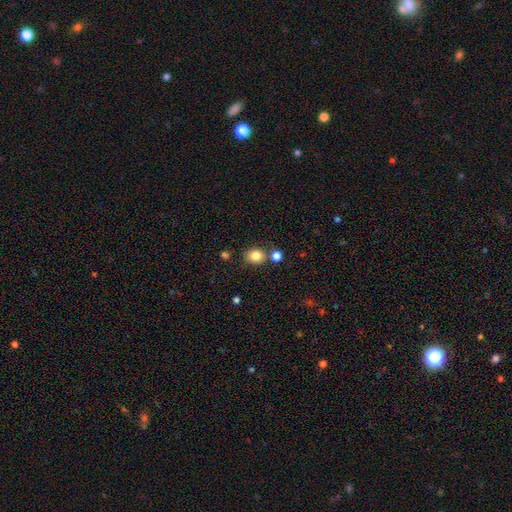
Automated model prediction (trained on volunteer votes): smooth_or_featured: smooth (p=0.83) [alt: star or artifact p=0.11]
how_rounded: round (p=0.64) [alt: in between p=0.35]
merging: none (p=0.76) [alt: minor disturbance p=0.11]